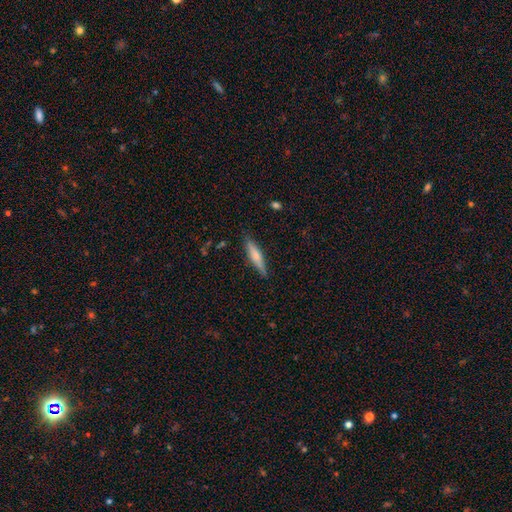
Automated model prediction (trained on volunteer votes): Smooth or featured: smooth — 57% (featured or disk — 37%)
How rounded: cigar-shaped — 86% (in between — 13%)
Merging: none — 86% (minor disturbance — 11%)